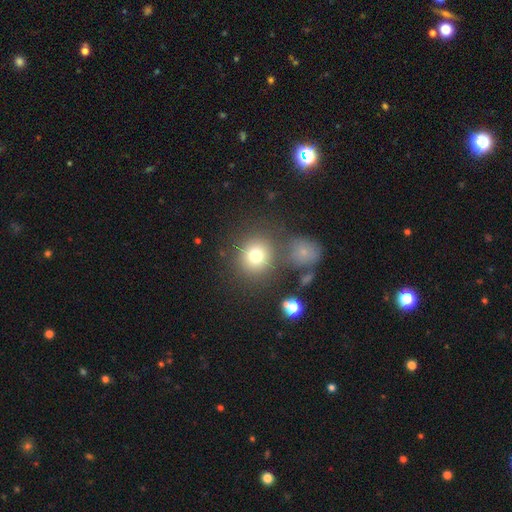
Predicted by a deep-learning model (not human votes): Overall: smooth (77%). How rounded: round (89%). Merging: none (76%).